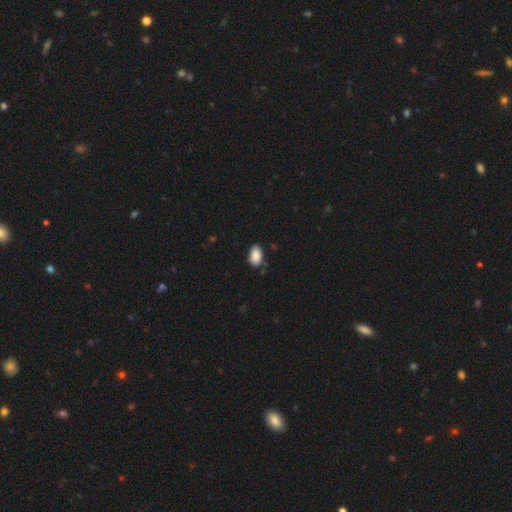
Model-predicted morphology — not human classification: A smooth galaxy with no disk features (88%) that is in between round and cigar-shaped (93%).

Vote fractions:
- Smooth or featured? smooth: 88% / star or artifact: 7% / featured or disk: 5%
- How rounded? in between: 93% / round: 5% / cigar-shaped: 2%
- Merging? none: 77% / minor disturbance: 18% / major disturbance: 3% / merger: 2%